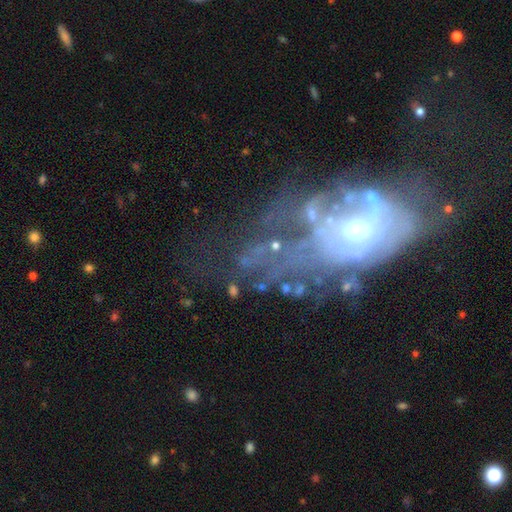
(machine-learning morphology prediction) Smooth or featured? Predicted: featured or disk (p=0.65). Edge-on disk? Predicted: no (p=0.94). Bar? Predicted: no (p=0.78). Spiral arms? Predicted: no (p=0.66). Bulge size? Predicted: moderate (p=0.57). Merging? Predicted: major disturbance (p=0.43).